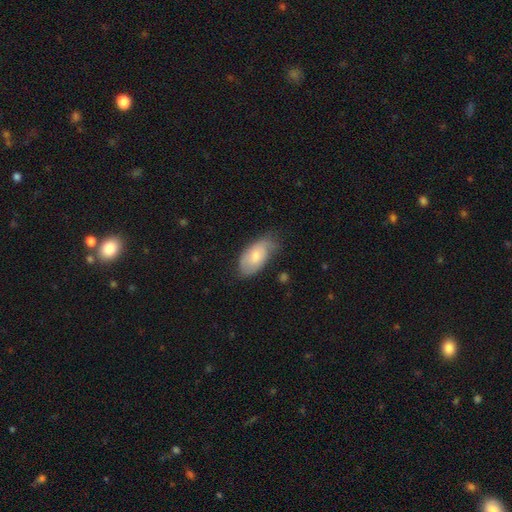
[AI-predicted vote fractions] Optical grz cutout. It shows a smooth galaxy with no disk features (56%) that is in between round and cigar-shaped (92%). Merging: none (57%).